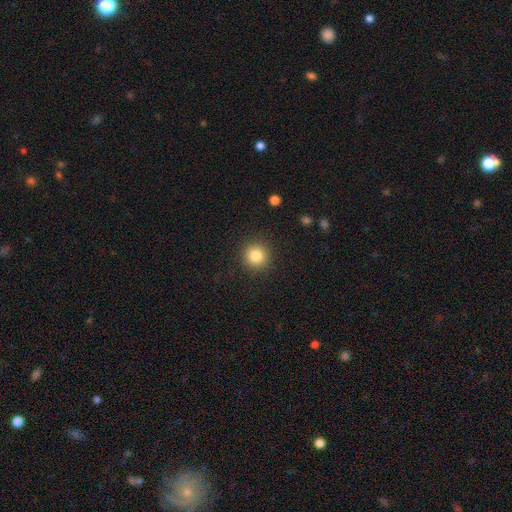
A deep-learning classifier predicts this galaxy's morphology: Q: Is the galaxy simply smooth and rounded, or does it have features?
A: smooth — 84%.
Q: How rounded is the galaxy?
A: round — 94%.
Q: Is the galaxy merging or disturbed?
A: none — 91%.